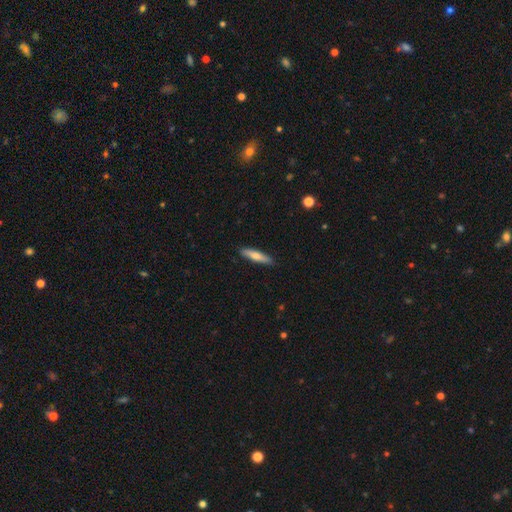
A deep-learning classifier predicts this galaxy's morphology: This is likely a smooth galaxy (64%). How rounded: clearly cigar-shaped (84%). Merging: clearly none (89%).